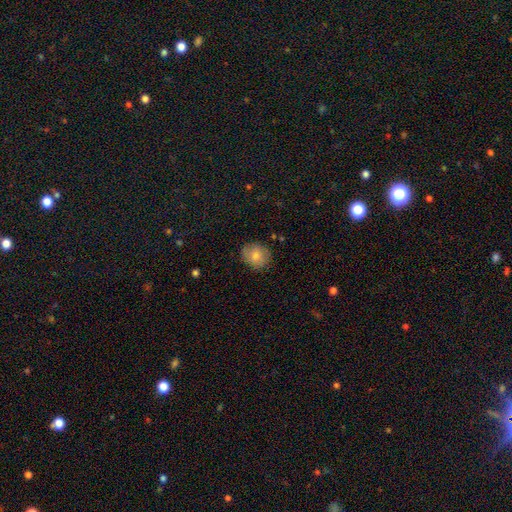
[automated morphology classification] This appears to be a smooth galaxy with no disk features (76%) that is round (76%). Merging: none (81%).